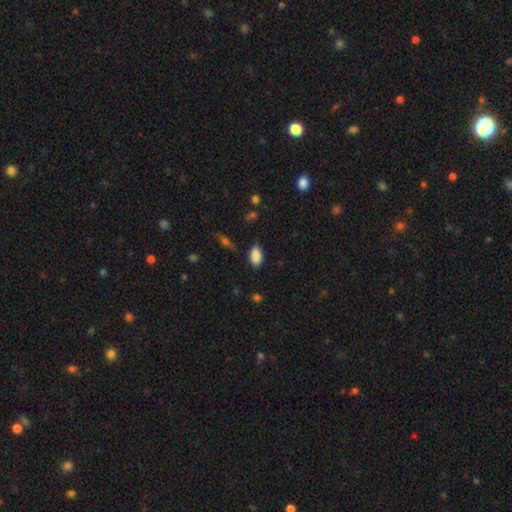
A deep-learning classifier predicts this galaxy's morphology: Smooth or featured: smooth — 87% (star or artifact — 8%)
How rounded: in between — 92% (round — 5%)
Merging: none — 80% (minor disturbance — 15%)